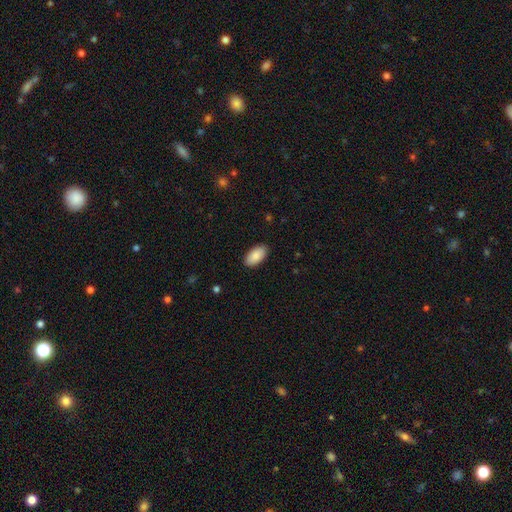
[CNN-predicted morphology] Smooth or featured? smooth (89%)
How rounded? in between (95%)
Merging? none (89%)